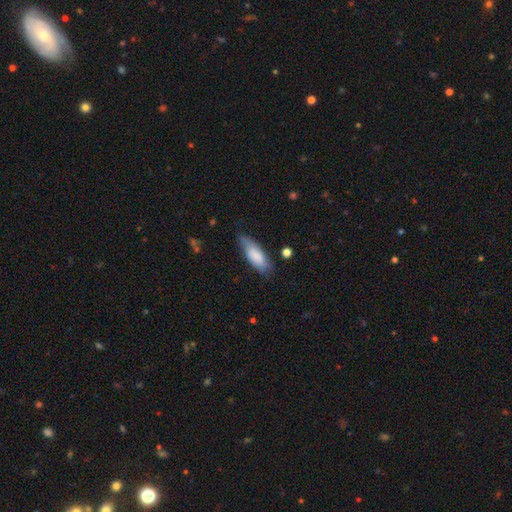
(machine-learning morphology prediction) This is clearly a smooth galaxy (81%). How rounded: likely in between (69%). Merging: likely none (69%).